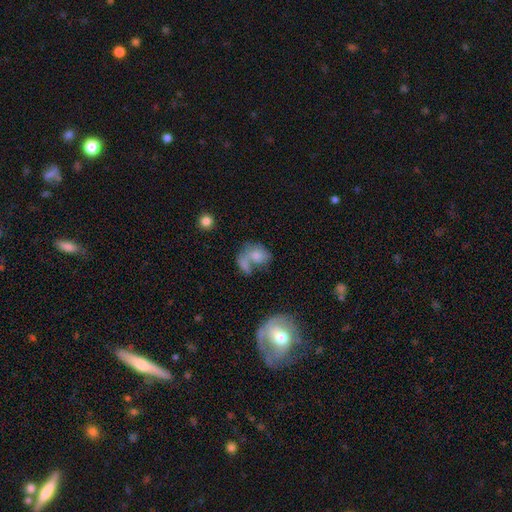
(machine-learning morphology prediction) This appears to be a smooth galaxy with no disk features (63%) that is in between round and cigar-shaped (62%). Merging: merger (50%).